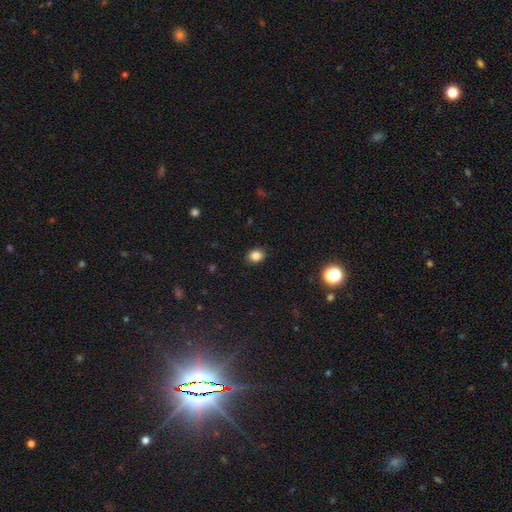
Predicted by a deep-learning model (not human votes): Smooth or featured?
  - smooth: 84% *
  - star or artifact: 11%
  - featured or disk: 4%
How rounded?
  - round: 50% *
  - in between: 49%
  - cigar-shaped: 1%
Merging?
  - none: 88% *
  - minor disturbance: 9%
  - major disturbance: 2%
  - merger: 1%